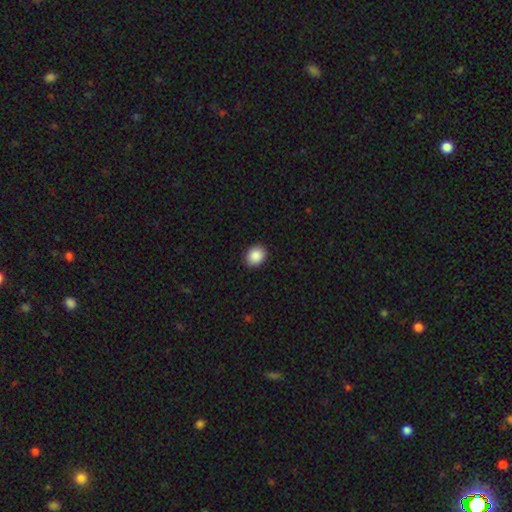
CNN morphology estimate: smooth 89%, star or artifact 8%, featured or disk 3%. Down the decision tree: how rounded — round (54%); merging — none (91%).